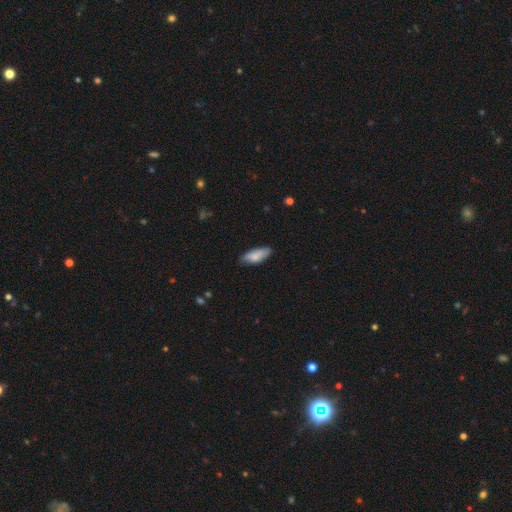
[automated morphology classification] This appears to be a smooth galaxy with no disk features (76%) that is in between round and cigar-shaped (73%). Merging: none (72%).